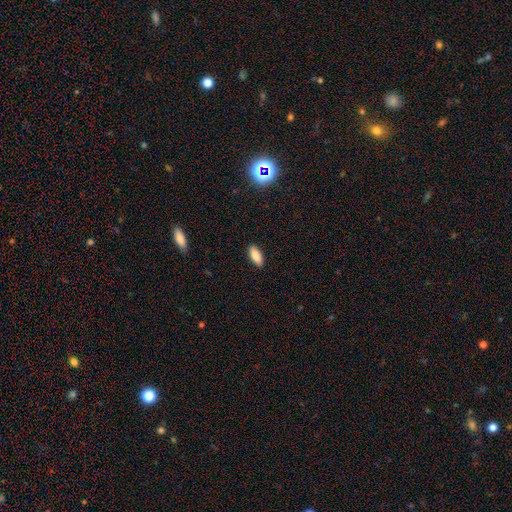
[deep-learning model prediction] Smooth or featured: smooth — 87% (star or artifact — 7%)
How rounded: in between — 82% (cigar-shaped — 16%)
Merging: none — 90% (minor disturbance — 8%)